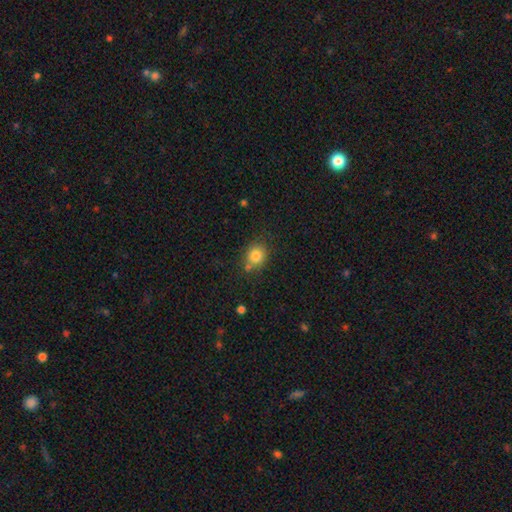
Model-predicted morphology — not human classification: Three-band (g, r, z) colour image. It shows a smooth galaxy with no disk features (82%) that is round (66%). Merging: none (67%).